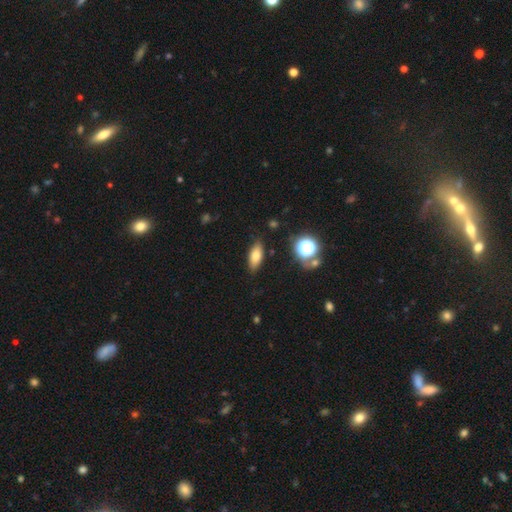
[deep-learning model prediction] Smooth or featured?
  - smooth: 75% *
  - featured or disk: 15%
  - star or artifact: 10%
How rounded?
  - in between: 77% *
  - cigar-shaped: 18%
  - round: 5%
Merging?
  - none: 83% *
  - minor disturbance: 12%
  - major disturbance: 3%
  - merger: 2%